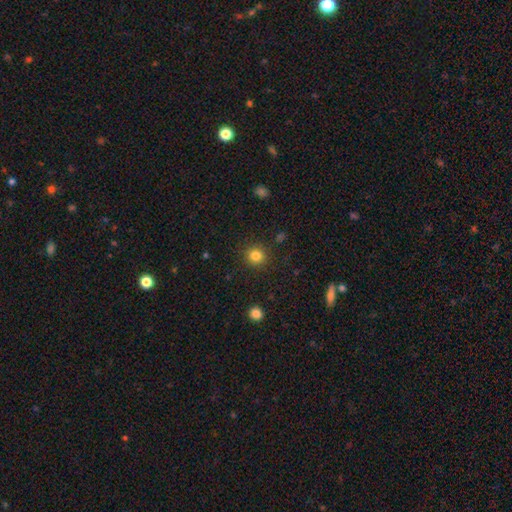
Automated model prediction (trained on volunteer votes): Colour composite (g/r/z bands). It shows a smooth galaxy with no disk features (82%) that is round (92%). Merging: none (90%).